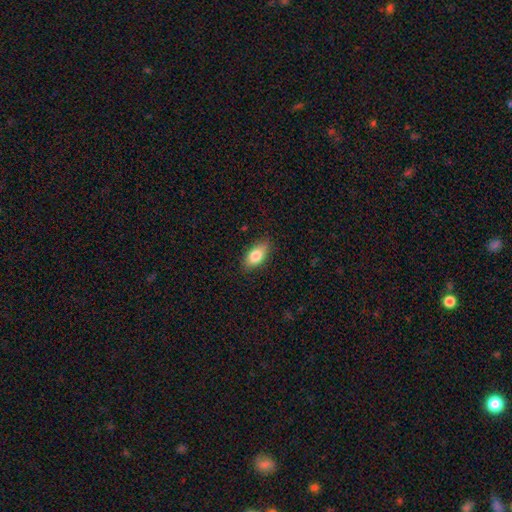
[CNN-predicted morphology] Q: Smooth or featured?
A: smooth (81%); runner-up: featured or disk (12%)
Q: How rounded?
A: in between (88%); runner-up: cigar-shaped (8%)
Q: Merging?
A: none (85%); runner-up: minor disturbance (11%)